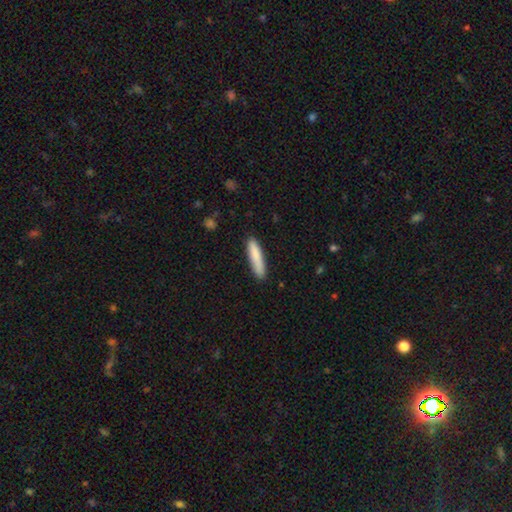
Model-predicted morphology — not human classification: type=smooth (84%); roundness=cigar-shaped (84%); merging=none (85%).